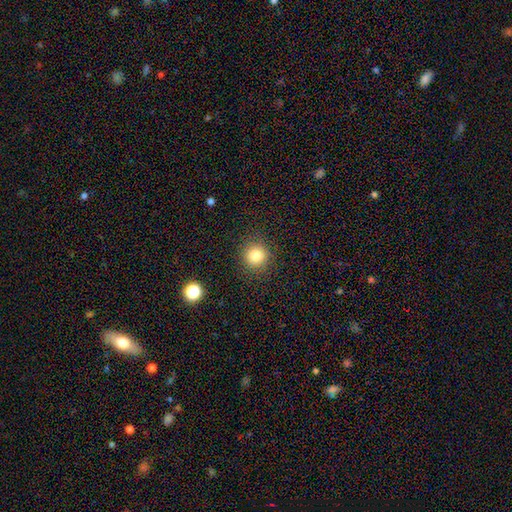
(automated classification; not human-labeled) Smooth or featured: smooth — 81% (star or artifact — 12%)
How rounded: round — 93% (in between — 6%)
Merging: none — 90% (minor disturbance — 6%)